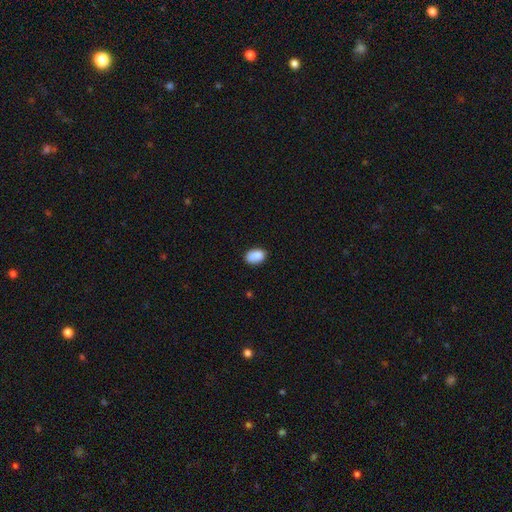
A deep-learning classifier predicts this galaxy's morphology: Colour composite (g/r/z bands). It shows a smooth galaxy with no disk features (88%) that is in between round and cigar-shaped (87%). Merging: none (79%).